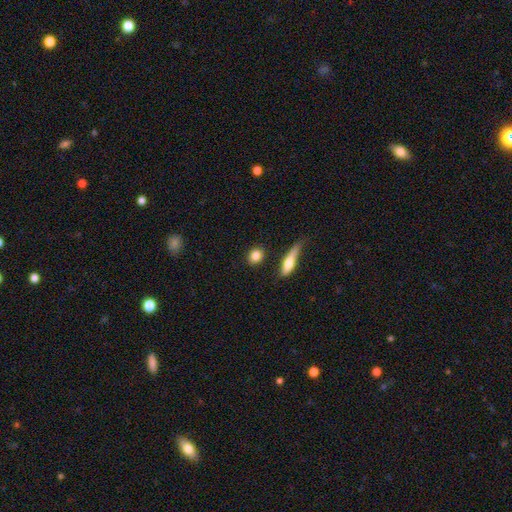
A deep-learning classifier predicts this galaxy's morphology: The model was most divided on "how rounded": round: 60%, in between: 34%, cigar-shaped: 6%. More confident: smooth or featured — smooth (84%); merging — none (82%).